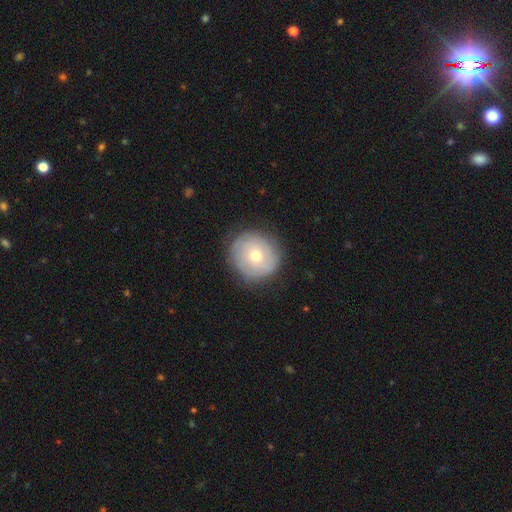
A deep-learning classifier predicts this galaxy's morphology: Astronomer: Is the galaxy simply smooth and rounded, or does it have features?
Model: smooth — 54% (runner-up: featured or disk, 38%).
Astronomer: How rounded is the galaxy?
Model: round — 90%.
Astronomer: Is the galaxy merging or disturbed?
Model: none — 80%.